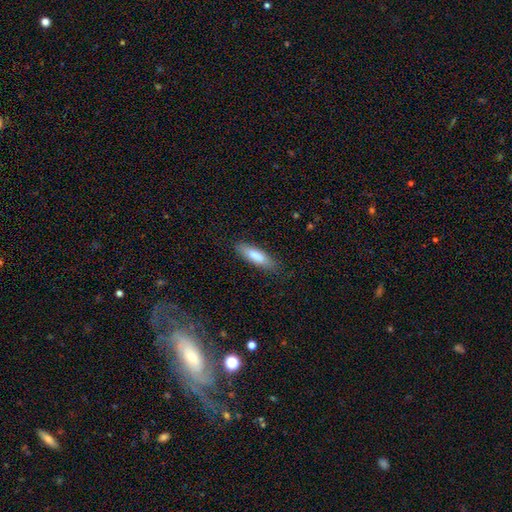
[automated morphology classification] type=smooth (80%); roundness=cigar-shaped (52%); merging=none (83%).